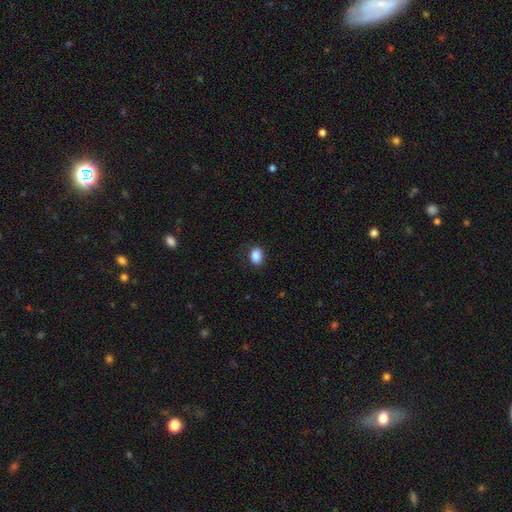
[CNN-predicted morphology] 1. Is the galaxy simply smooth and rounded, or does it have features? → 87% smooth, 9% star or artifact, 4% featured or disk.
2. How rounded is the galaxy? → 70% in between, 29% round, 1% cigar-shaped.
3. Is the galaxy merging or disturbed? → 84% none, 12% minor disturbance, 3% major disturbance, 1% merger.